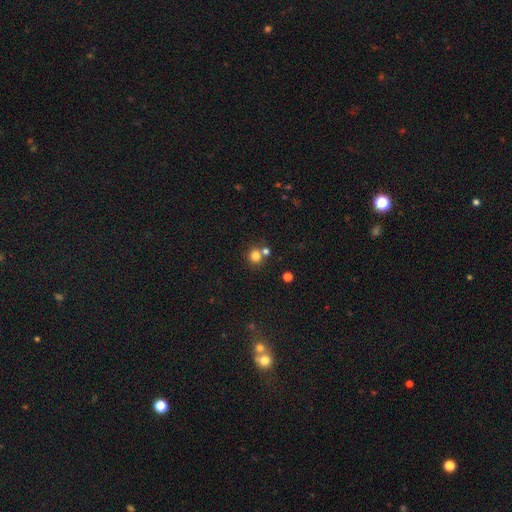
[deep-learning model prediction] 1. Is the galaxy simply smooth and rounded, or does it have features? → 80% smooth, 14% star or artifact, 7% featured or disk.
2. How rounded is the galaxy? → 89% round, 10% in between, 1% cigar-shaped.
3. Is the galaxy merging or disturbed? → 64% none, 25% merger, 8% minor disturbance, 3% major disturbance.